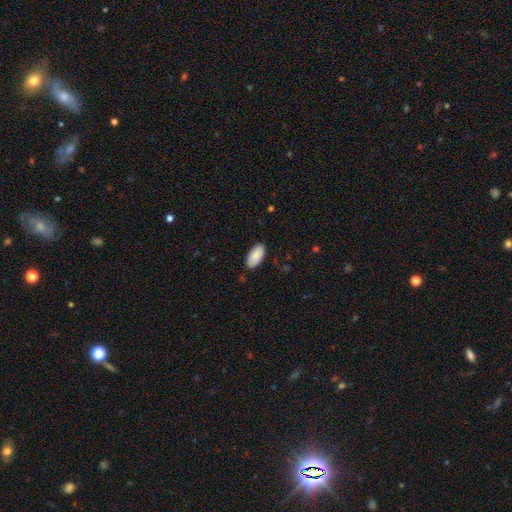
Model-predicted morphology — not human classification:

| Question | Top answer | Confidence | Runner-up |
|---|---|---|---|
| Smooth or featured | smooth | 90% | star or artifact (6%) |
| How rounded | in between | 94% | cigar-shaped (4%) |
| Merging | none | 87% | minor disturbance (10%) |